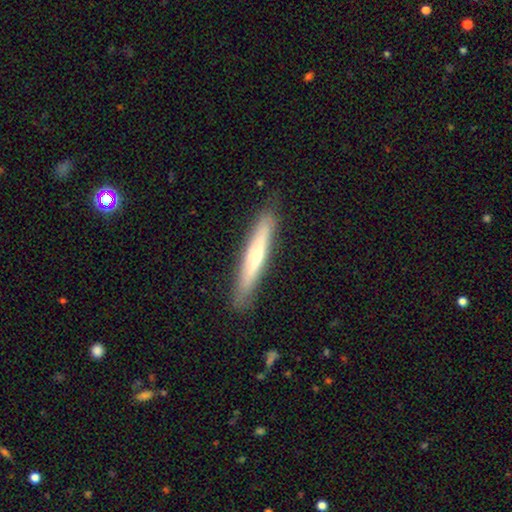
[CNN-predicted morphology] Smooth or featured?
  - featured or disk: 47% * (tied)
  - smooth: 47% * (tied)
  - star or artifact: 6%
Merging?
  - none: 88% *
  - minor disturbance: 9%
  - major disturbance: 2%
  - merger: 1%